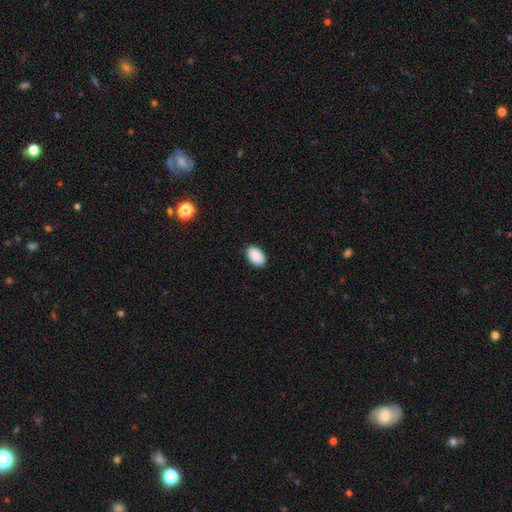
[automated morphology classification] Smooth or featured? smooth (87%)
How rounded? in between (90%)
Merging? none (88%)